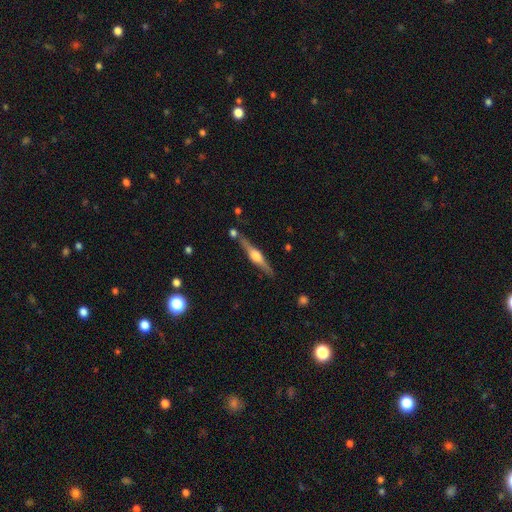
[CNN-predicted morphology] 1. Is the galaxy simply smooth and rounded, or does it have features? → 75% featured or disk, 19% smooth, 6% star or artifact.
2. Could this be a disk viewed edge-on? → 98% yes, 2% no.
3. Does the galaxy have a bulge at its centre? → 89% rounded, 8% boxy, 3% none.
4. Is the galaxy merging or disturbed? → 80% none, 11% minor disturbance, 6% merger, 2% major disturbance.